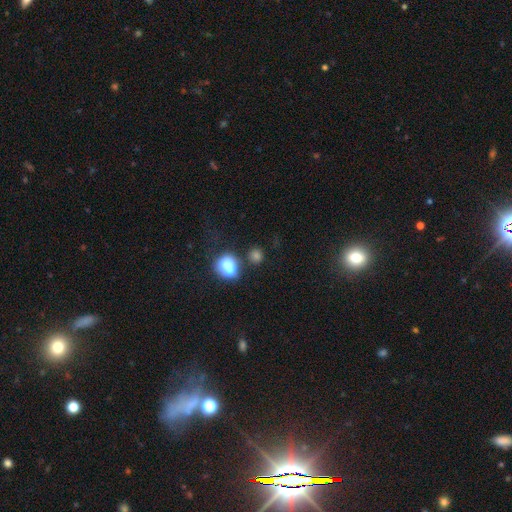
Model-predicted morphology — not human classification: type=smooth (74%); roundness=round (60%); merging=none (54%).